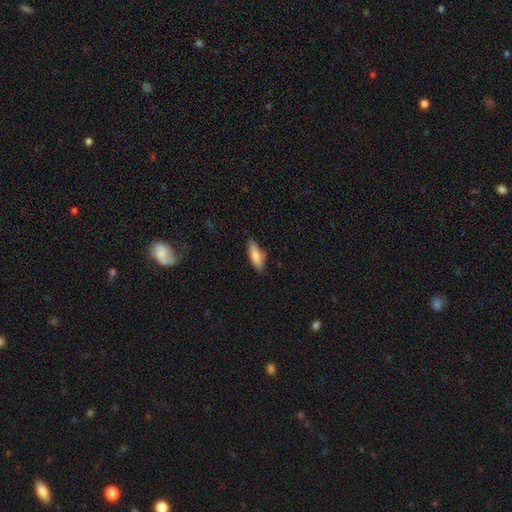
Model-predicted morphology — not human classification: Smooth or featured: smooth — 81% (featured or disk — 13%)
How rounded: in between — 51% (cigar-shaped — 47%)
Merging: none — 80% (minor disturbance — 16%)